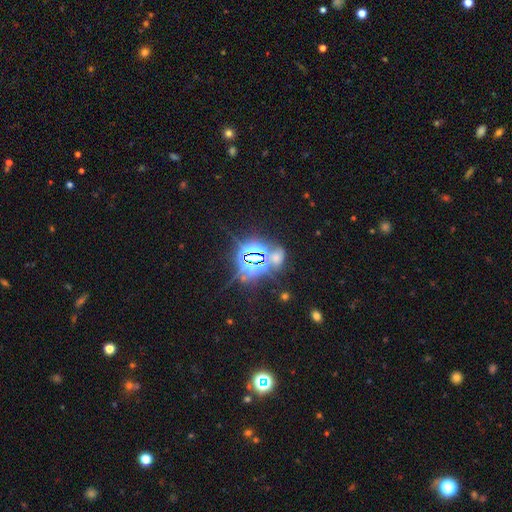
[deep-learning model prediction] Smooth or featured? Predicted: star or artifact (p=0.79).